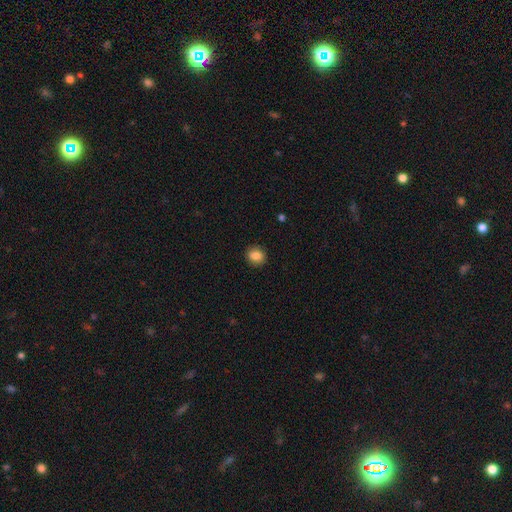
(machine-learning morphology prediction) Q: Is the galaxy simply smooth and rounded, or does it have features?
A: smooth — 86%.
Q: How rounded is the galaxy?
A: round — 68%.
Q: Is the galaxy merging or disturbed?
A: none — 89%.